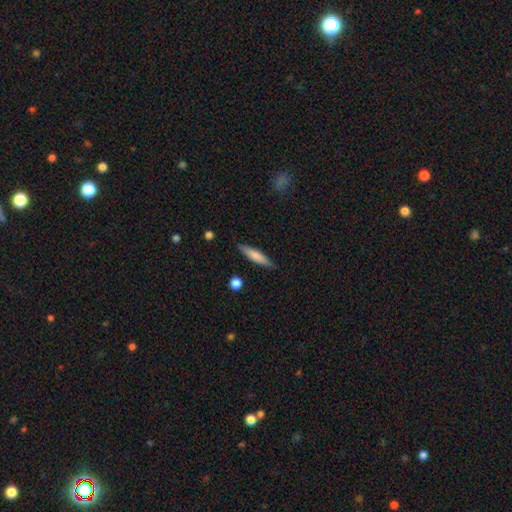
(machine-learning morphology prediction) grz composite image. It shows a smooth galaxy with no disk features (72%) that is cigar-shaped (82%). Merging: none (86%).